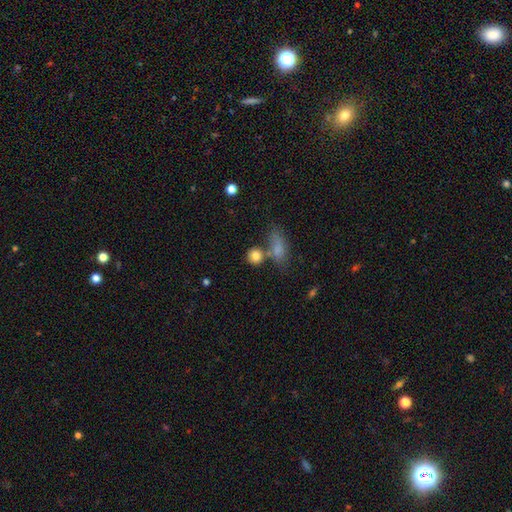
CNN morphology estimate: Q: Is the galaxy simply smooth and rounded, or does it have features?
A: smooth — 82%.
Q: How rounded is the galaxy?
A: round — 80%.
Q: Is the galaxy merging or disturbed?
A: none — 62%.